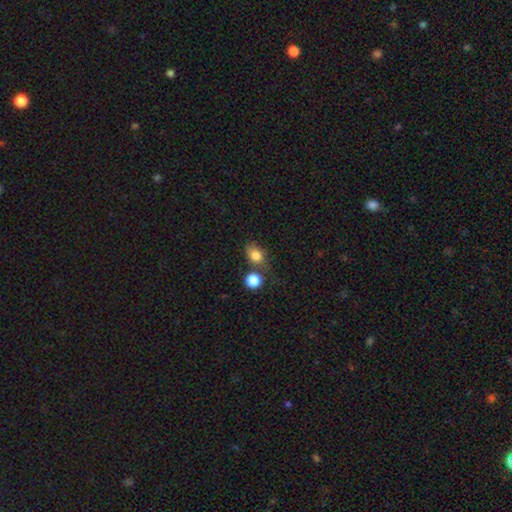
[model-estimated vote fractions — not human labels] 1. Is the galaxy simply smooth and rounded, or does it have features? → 81% smooth, 11% star or artifact, 8% featured or disk.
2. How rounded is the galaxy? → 58% in between, 40% round, 2% cigar-shaped.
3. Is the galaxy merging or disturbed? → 54% none, 20% merger, 19% minor disturbance, 7% major disturbance.